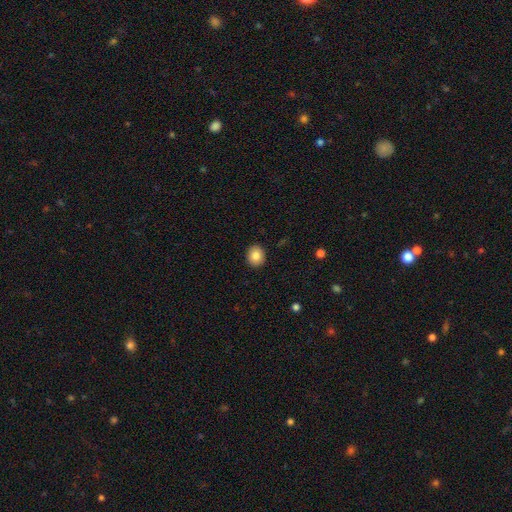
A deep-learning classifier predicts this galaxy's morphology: smooth 85%, star or artifact 9%, featured or disk 6%. Down the decision tree: how rounded — round (72%); merging — none (91%).